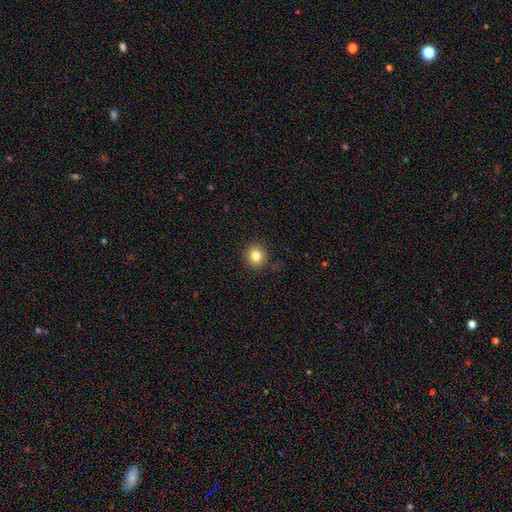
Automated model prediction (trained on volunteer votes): Smooth or featured?
  - smooth: 82% *
  - star or artifact: 11%
  - featured or disk: 7%
How rounded?
  - round: 89% *
  - in between: 10%
  - cigar-shaped: 1%
Merging?
  - none: 90% *
  - minor disturbance: 7%
  - major disturbance: 2%
  - merger: 1%